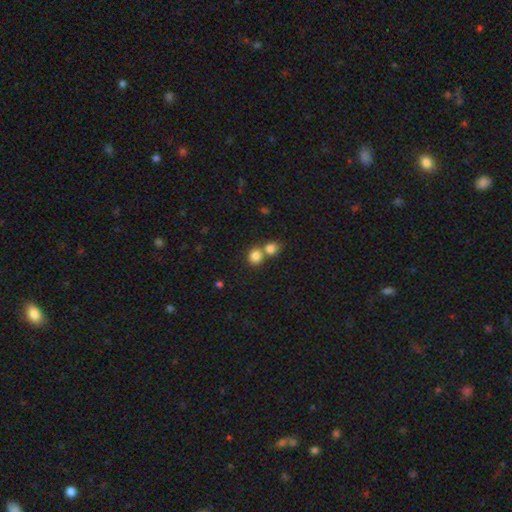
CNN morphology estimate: A smooth galaxy with no disk features (83%) that is round (84%). Merging: none (47%).